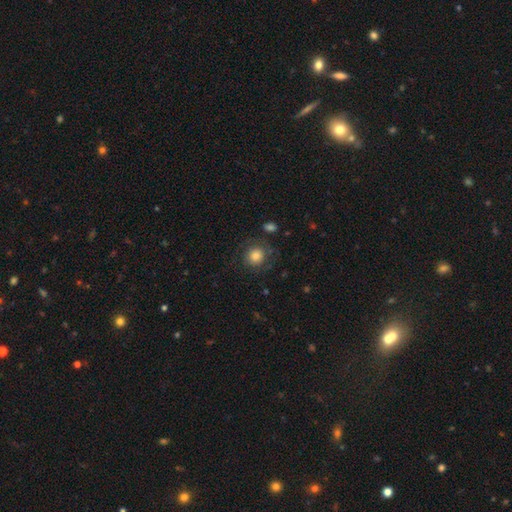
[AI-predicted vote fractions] smooth_or_featured: smooth (p=0.75) [alt: featured or disk p=0.16]
how_rounded: round (p=0.90) [alt: in between p=0.10]
merging: none (p=0.74) [alt: minor disturbance p=0.14]